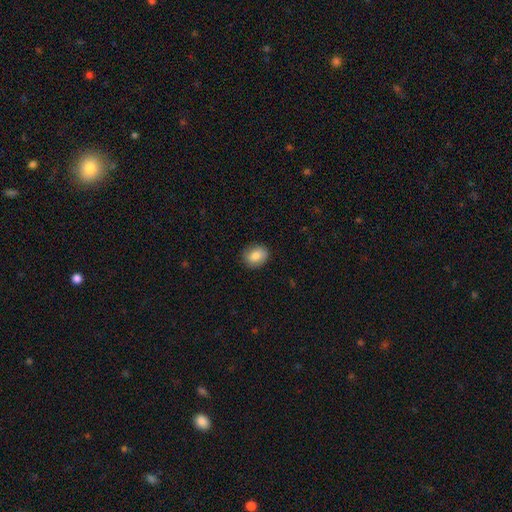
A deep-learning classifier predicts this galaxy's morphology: Smooth or featured? Predicted: smooth (p=0.83). How rounded? Predicted: round (p=0.57). Merging? Predicted: none (p=0.88).